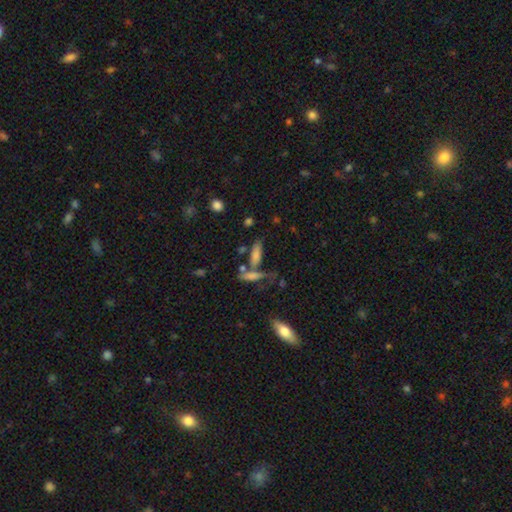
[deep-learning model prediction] Q: Smooth or featured?
A: smooth (60%); runner-up: featured or disk (24%)
Q: How rounded?
A: cigar-shaped (56%); runner-up: in between (40%)
Q: Merging?
A: none (50%); runner-up: merger (30%)